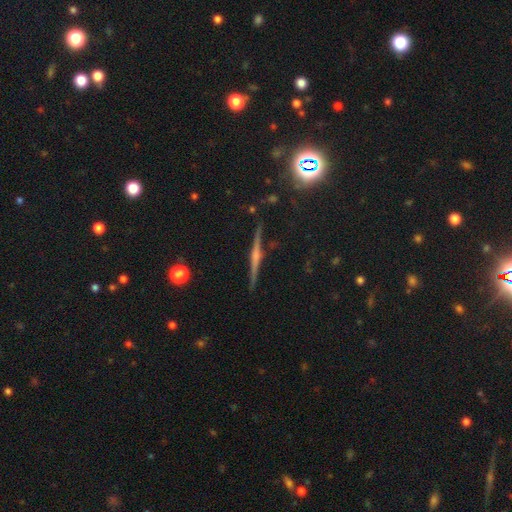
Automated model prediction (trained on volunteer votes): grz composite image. It shows a featured or disk galaxy (77%) viewed edge-on (98%) with a rounded central bulge (70%). Merging: none (90%).